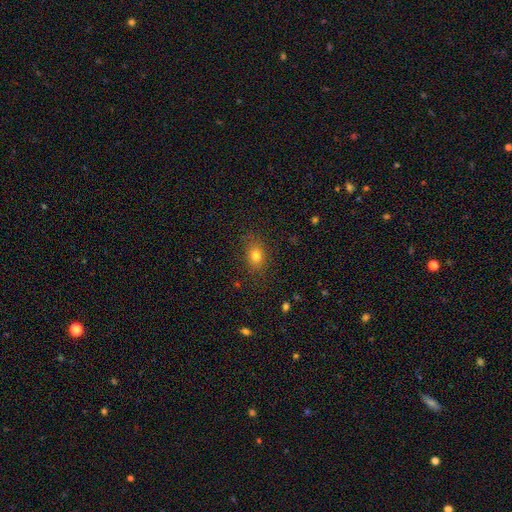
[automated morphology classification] A smooth galaxy with no disk features (78%) that is in between round and cigar-shaped (56%). Merging: none (82%).